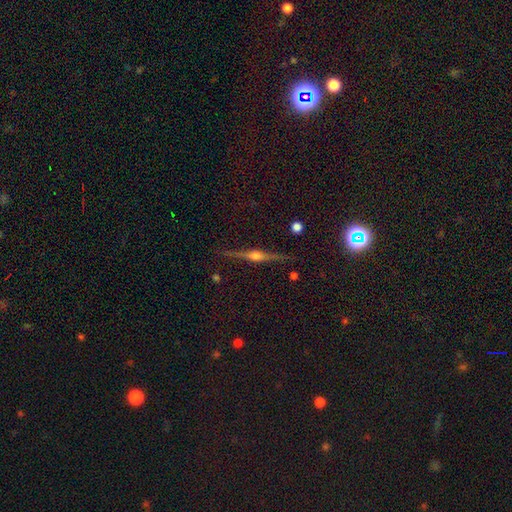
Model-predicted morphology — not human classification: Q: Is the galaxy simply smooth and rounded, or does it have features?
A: featured or disk — 83%.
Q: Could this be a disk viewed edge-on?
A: yes — 98%.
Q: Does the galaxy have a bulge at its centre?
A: rounded — 91%.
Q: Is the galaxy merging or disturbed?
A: none — 89%.